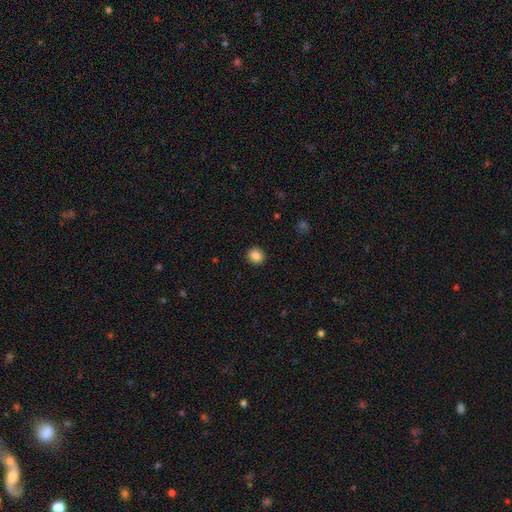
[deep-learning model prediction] smooth_or_featured: smooth (p=0.86) [alt: star or artifact p=0.10]
how_rounded: round (p=0.83) [alt: in between p=0.16]
merging: none (p=0.92) [alt: minor disturbance p=0.05]